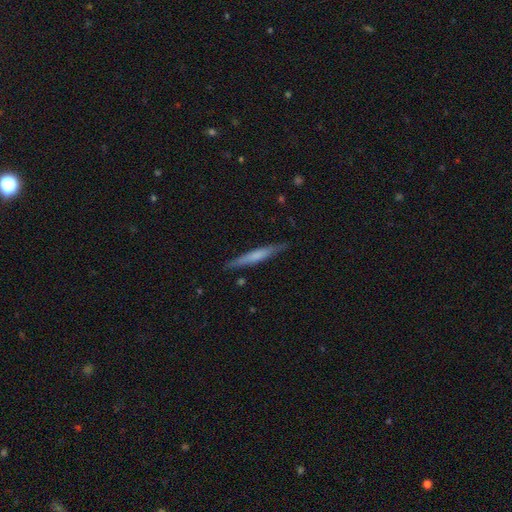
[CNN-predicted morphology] smooth_or_featured: smooth (p=0.54) [alt: featured or disk p=0.41]
how_rounded: cigar-shaped (p=0.95) [alt: in between p=0.03]
merging: none (p=0.88) [alt: minor disturbance p=0.09]